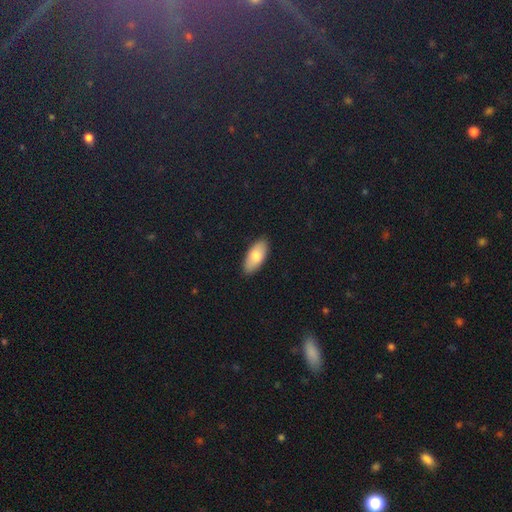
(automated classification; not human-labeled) The model was most divided on "smooth or featured": smooth: 78%, featured or disk: 16%, star or artifact: 6%. More confident: how rounded — in between (89%); merging — none (88%).